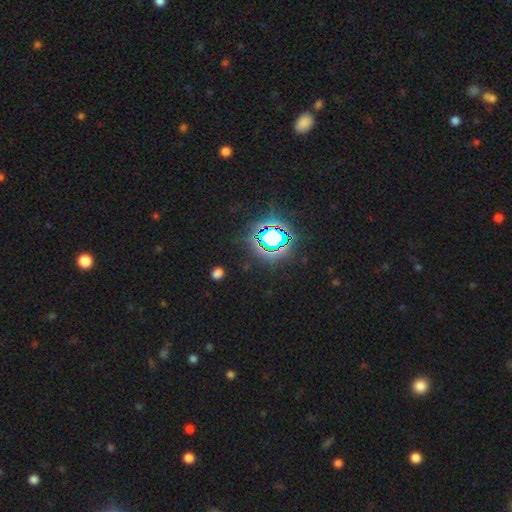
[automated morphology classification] Smooth or featured: star or artifact — 81% (smooth — 12%)